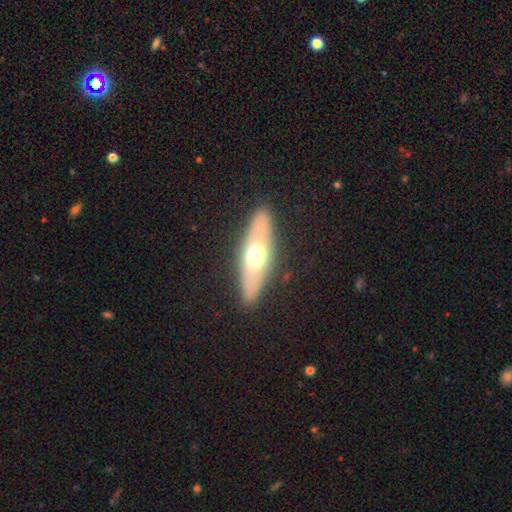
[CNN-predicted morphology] smooth-or-featured: smooth: 50% | featured or disk: 44% | star or artifact: 7%
  merging: none: 87% | minor disturbance: 9% | major disturbance: 3% | merger: 1%